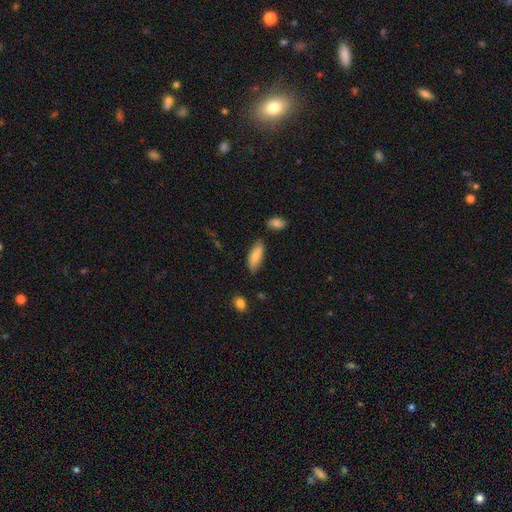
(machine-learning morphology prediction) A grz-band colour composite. It shows a smooth galaxy with no disk features (83%) that is in between round and cigar-shaped (65%). Merging: none (75%).